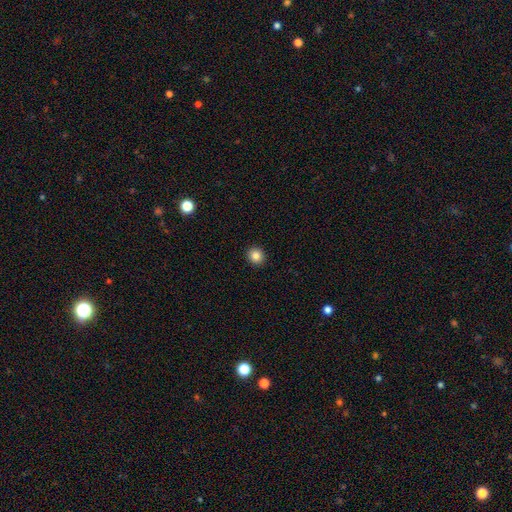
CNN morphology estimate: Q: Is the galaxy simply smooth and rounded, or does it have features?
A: smooth — 84%.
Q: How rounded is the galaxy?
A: round — 88%.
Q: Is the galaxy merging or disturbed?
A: none — 93%.